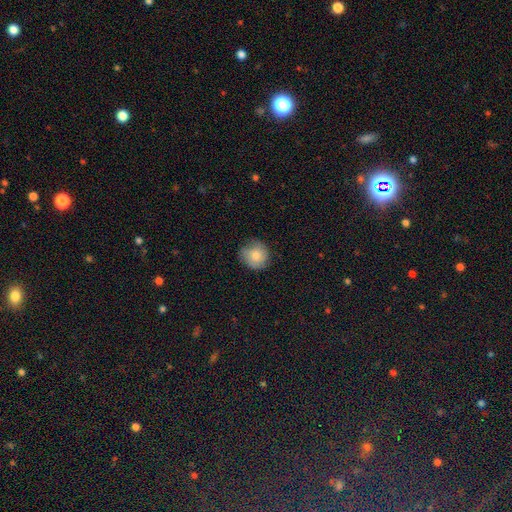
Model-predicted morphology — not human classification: smooth-or-featured: smooth: 76% | featured or disk: 16% | star or artifact: 8%
  how-rounded: round: 88% | in between: 11% | cigar-shaped: 1%
  merging: none: 72% | minor disturbance: 22% | major disturbance: 5% | merger: 1%